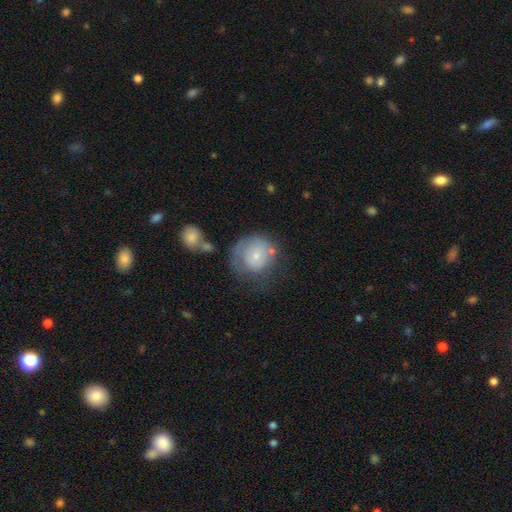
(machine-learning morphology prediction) smooth 59%, featured or disk 34%, star or artifact 7%. Down the decision tree: how rounded — round (84%); merging — none (42%).